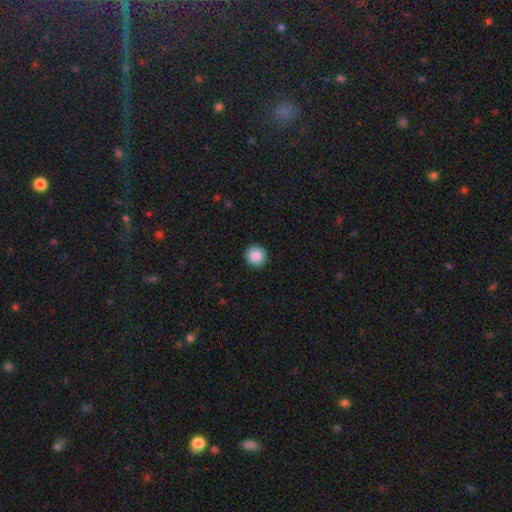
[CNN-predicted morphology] The model was most divided on "smooth or featured": smooth: 88%, star or artifact: 8%, featured or disk: 3%. More confident: how rounded — round (95%); merging — none (93%).